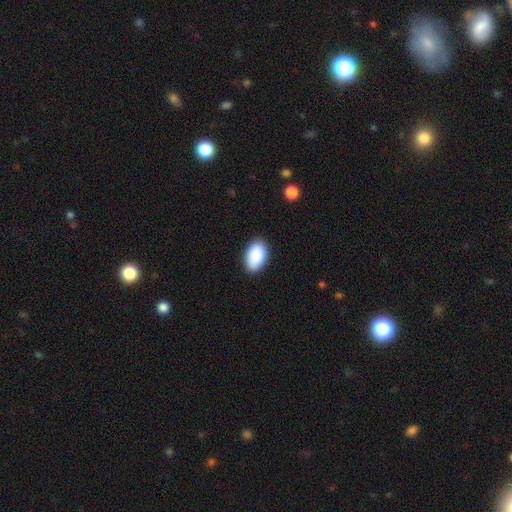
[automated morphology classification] smooth 90%, star or artifact 6%, featured or disk 4%. Down the decision tree: how rounded — in between (94%); merging — none (88%).